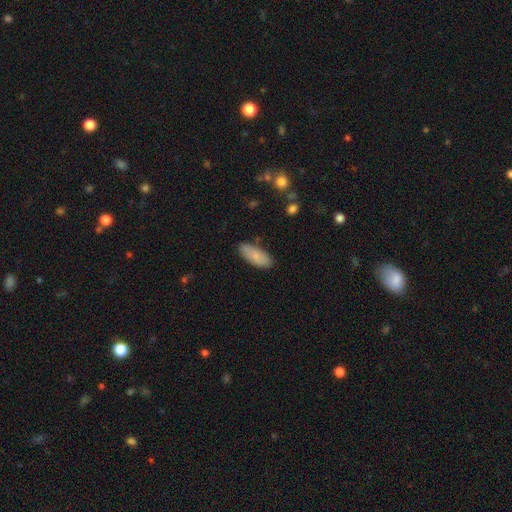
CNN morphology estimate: This appears to be a smooth galaxy with no disk features (83%) that is in between round and cigar-shaped (82%). Merging: none (82%).